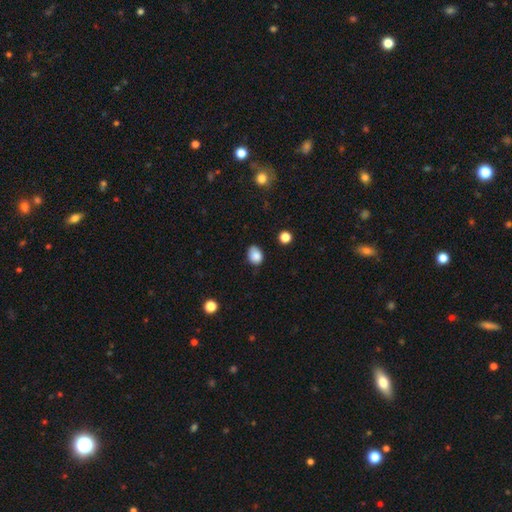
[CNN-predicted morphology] Smooth or featured? Predicted: smooth (p=0.86). How rounded? Predicted: in between (p=0.64). Merging? Predicted: none (p=0.69).